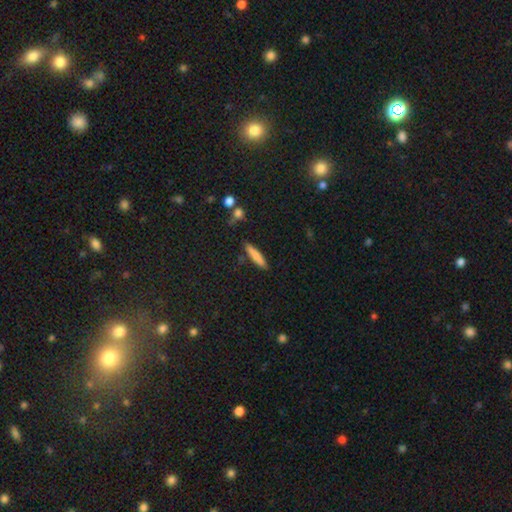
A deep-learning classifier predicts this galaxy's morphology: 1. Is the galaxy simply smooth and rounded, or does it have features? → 78% smooth, 16% featured or disk, 7% star or artifact.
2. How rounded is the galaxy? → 86% cigar-shaped, 12% in between, 2% round.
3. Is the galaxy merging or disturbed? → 85% none, 10% minor disturbance, 3% merger, 2% major disturbance.